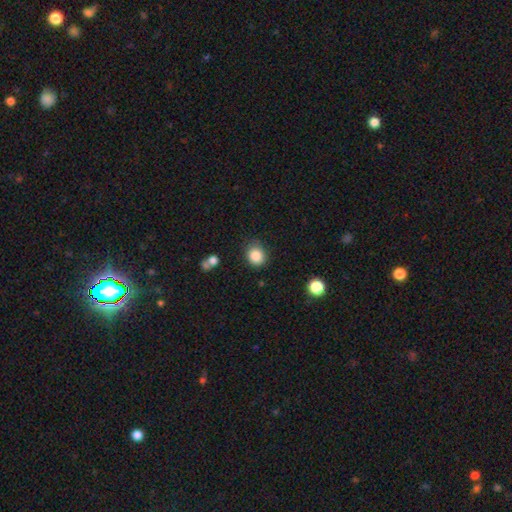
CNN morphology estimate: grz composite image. It shows a smooth galaxy with no disk features (86%) that is round (71%). Merging: none (71%).